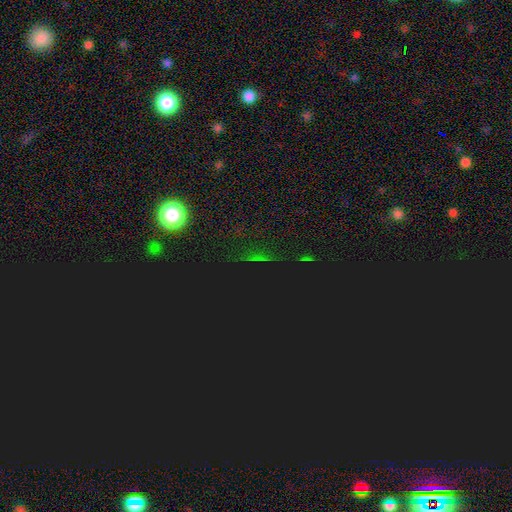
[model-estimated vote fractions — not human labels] Morphology: type=star or artifact (77%).